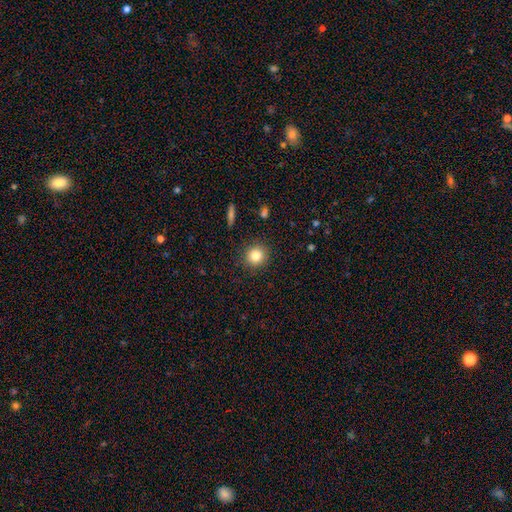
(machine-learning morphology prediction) Q: Smooth or featured?
A: smooth (82%); runner-up: star or artifact (11%)
Q: How rounded?
A: round (91%); runner-up: in between (8%)
Q: Merging?
A: none (90%); runner-up: minor disturbance (6%)